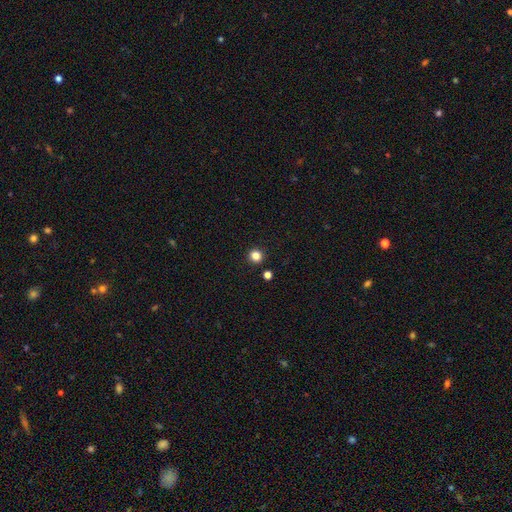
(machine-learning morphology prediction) Smooth or featured? smooth (83%)
How rounded? round (94%)
Merging? none (92%)